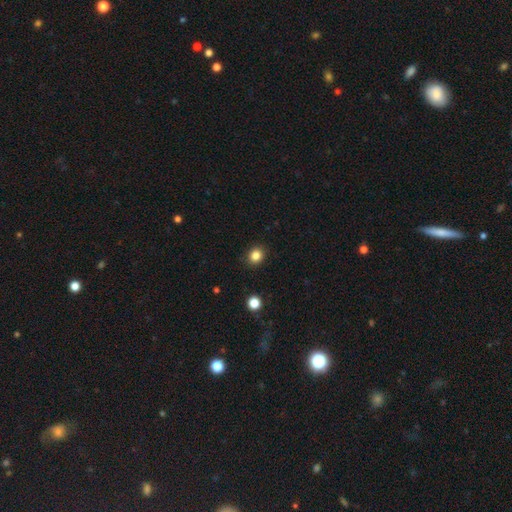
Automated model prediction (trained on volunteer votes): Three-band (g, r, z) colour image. It shows a smooth galaxy with no disk features (84%) that is round (70%). Merging: none (90%).